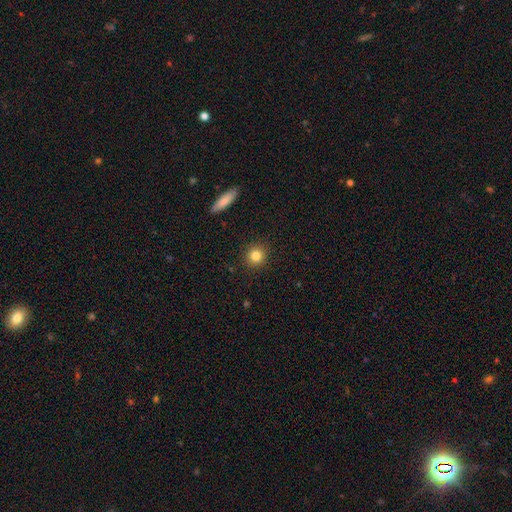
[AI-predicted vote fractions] smooth_or_featured: smooth (p=0.82) [alt: star or artifact p=0.11]
how_rounded: round (p=0.92) [alt: in between p=0.07]
merging: none (p=0.91) [alt: minor disturbance p=0.06]